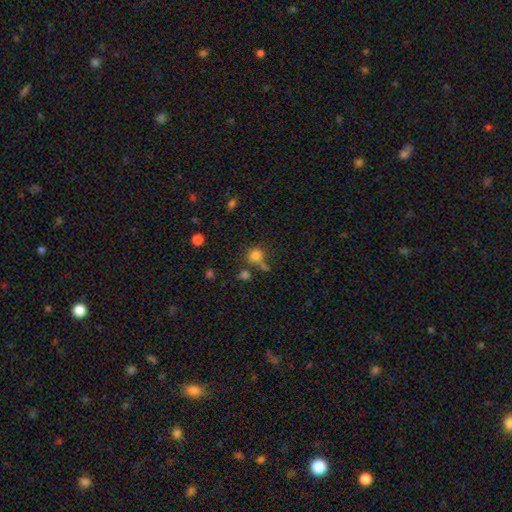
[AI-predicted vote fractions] Overall: smooth (76%). How rounded: round (81%). Merging: none (54%; merger 23%).